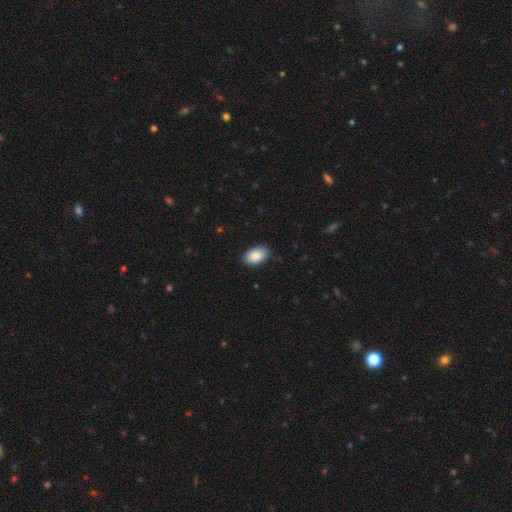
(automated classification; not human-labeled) A smooth galaxy with no disk features (89%) that is in between round and cigar-shaped (93%).

Vote fractions:
- Smooth or featured? smooth: 89% / star or artifact: 6% / featured or disk: 5%
- How rounded? in between: 93% / round: 6% / cigar-shaped: 1%
- Merging? none: 88% / minor disturbance: 9% / major disturbance: 2% / merger: 1%